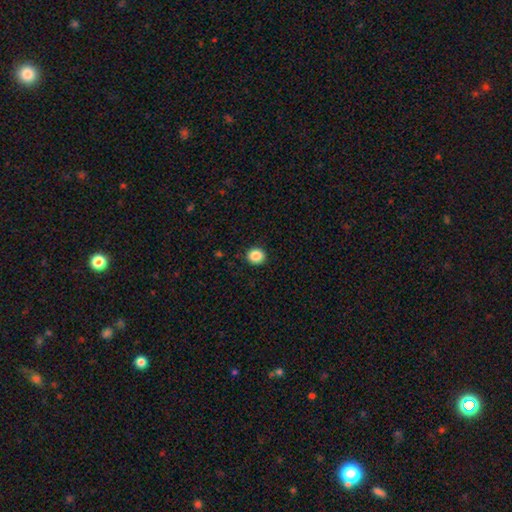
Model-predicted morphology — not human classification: Smooth or featured? smooth (88%)
How rounded? round (88%)
Merging? none (92%)